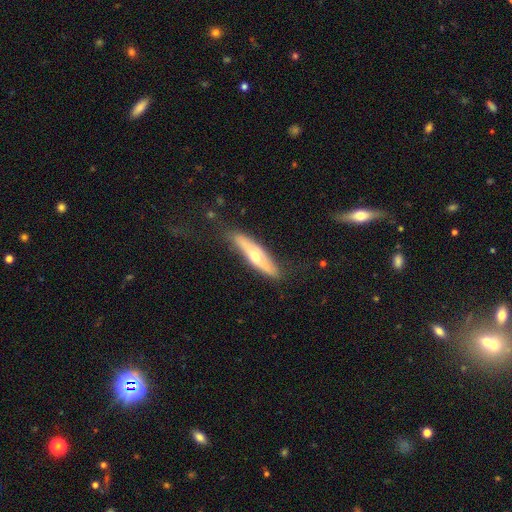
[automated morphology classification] Smooth or featured? featured or disk (48%)
Merging? none (77%)